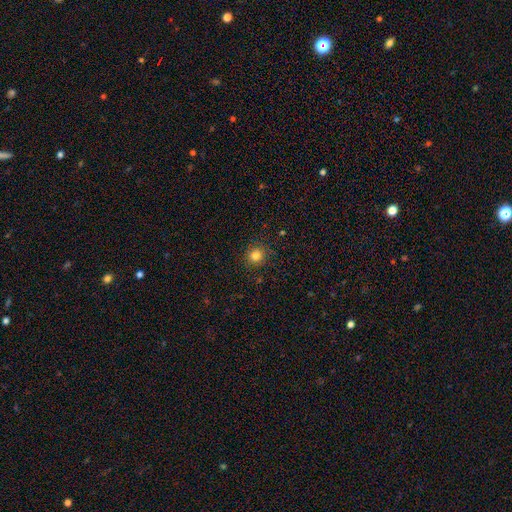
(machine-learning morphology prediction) Smooth or featured? smooth (81%)
How rounded? round (88%)
Merging? none (90%)